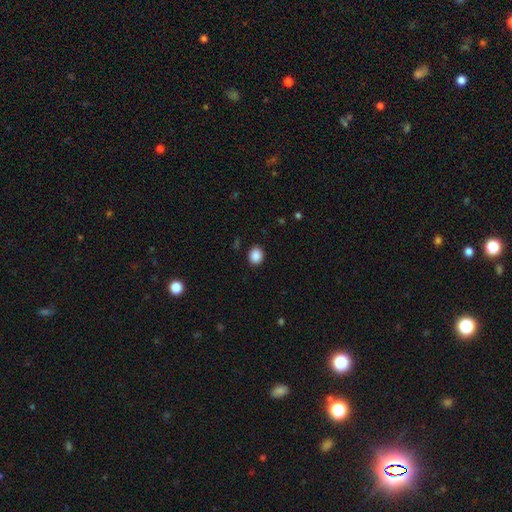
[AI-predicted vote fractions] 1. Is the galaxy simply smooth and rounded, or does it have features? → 88% smooth, 9% star or artifact, 3% featured or disk.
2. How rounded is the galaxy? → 62% round, 37% in between, 1% cigar-shaped.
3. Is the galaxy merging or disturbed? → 90% none, 7% minor disturbance, 2% major disturbance, 1% merger.